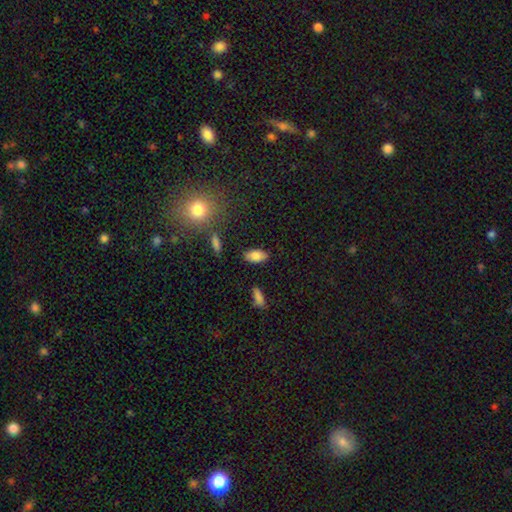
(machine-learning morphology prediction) A smooth galaxy with no disk features (83%) that is in between round and cigar-shaped (91%).

Vote fractions:
- Smooth or featured? smooth: 83% / featured or disk: 9% / star or artifact: 8%
- How rounded? in between: 91% / cigar-shaped: 6% / round: 3%
- Merging? none: 86% / minor disturbance: 10% / major disturbance: 2% / merger: 2%